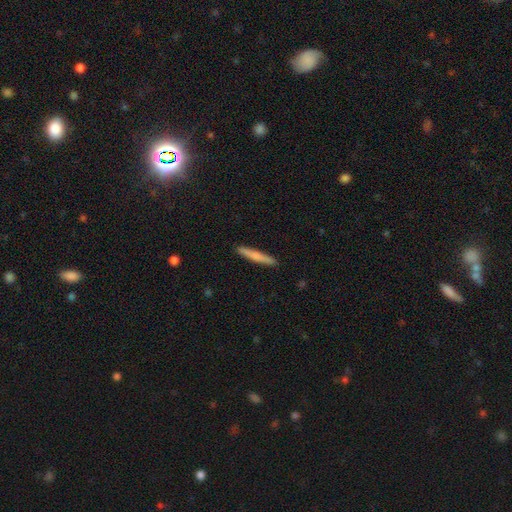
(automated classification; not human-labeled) Smooth or featured? Predicted: smooth (p=0.73). How rounded? Predicted: cigar-shaped (p=0.95). Merging? Predicted: none (p=0.92).